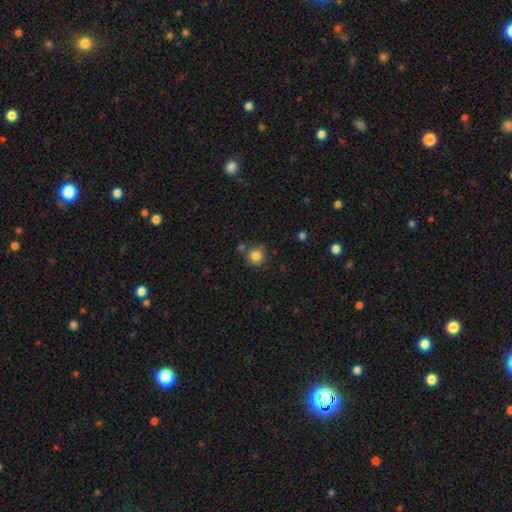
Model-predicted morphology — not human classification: smooth_or_featured: smooth (p=0.83) [alt: star or artifact p=0.11]
how_rounded: round (p=0.93) [alt: in between p=0.06]
merging: none (p=0.75) [alt: minor disturbance p=0.12]